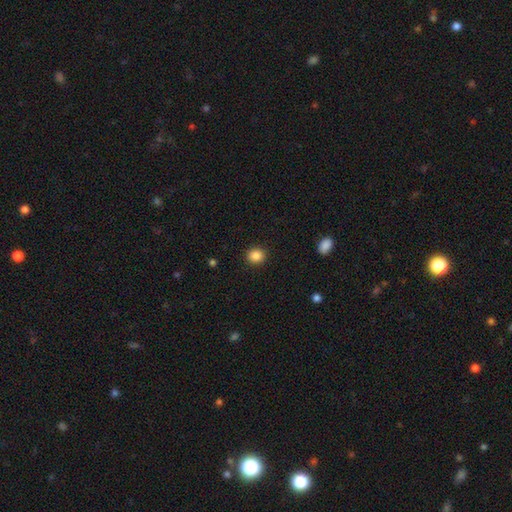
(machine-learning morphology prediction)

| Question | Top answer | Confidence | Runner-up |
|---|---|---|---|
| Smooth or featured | smooth | 87% | star or artifact (10%) |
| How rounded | round | 80% | in between (19%) |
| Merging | none | 91% | minor disturbance (6%) |